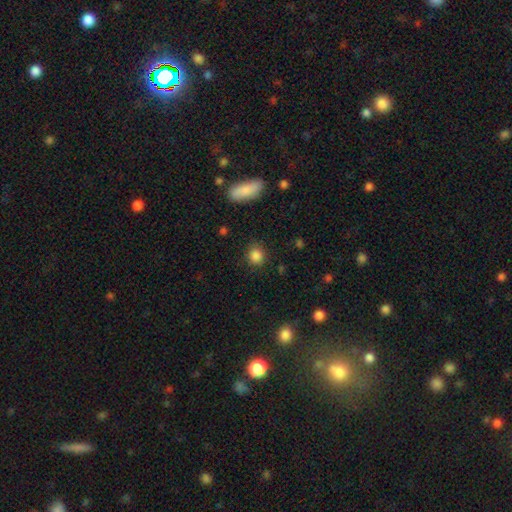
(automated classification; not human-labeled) A smooth galaxy with no disk features (85%) that is round (80%). Merging: none (84%).